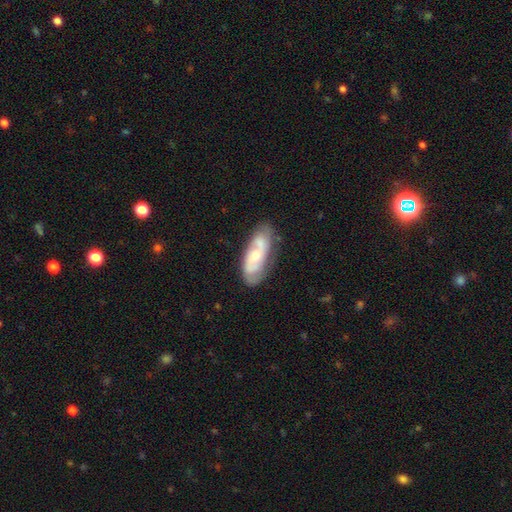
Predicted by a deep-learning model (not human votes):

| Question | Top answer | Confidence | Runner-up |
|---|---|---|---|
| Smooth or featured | featured or disk | 66% | smooth (28%) |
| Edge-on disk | no | 91% | yes (9%) |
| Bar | no | 64% | weak (29%) |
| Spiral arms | yes | 85% | no (15%) |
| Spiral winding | medium | 44% | tight (37%) |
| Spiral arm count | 2 | 63% | can't tell (23%) |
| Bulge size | small | 48% | moderate (43%) |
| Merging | none | 67% | minor disturbance (21%) |